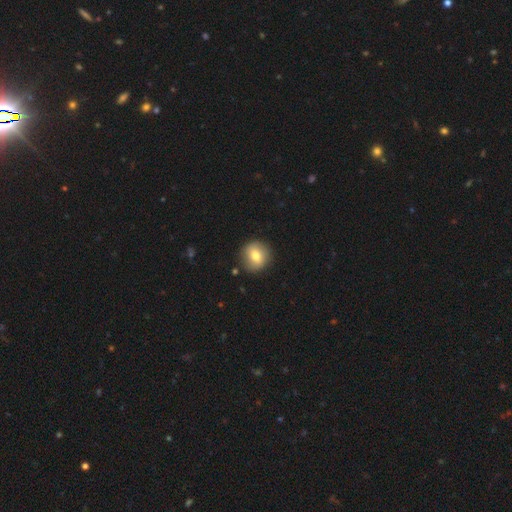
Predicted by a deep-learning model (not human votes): smooth_or_featured: smooth (p=0.73) [alt: featured or disk p=0.19]
how_rounded: round (p=0.88) [alt: in between p=0.10]
merging: none (p=0.87) [alt: minor disturbance p=0.09]